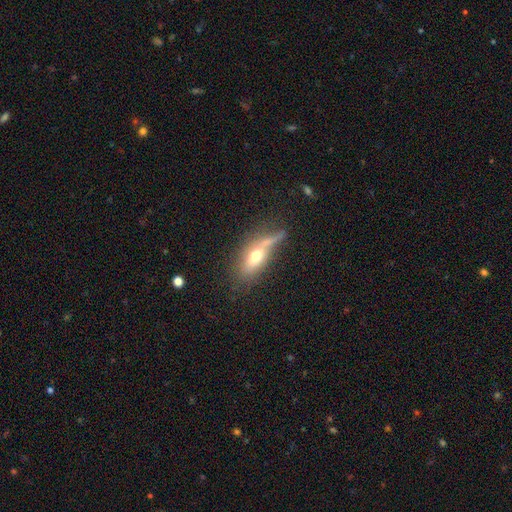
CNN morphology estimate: smooth_or_featured: smooth (p=0.55) [alt: featured or disk p=0.35]
how_rounded: in between (p=0.68) [alt: cigar-shaped p=0.23]
merging: none (p=0.39) [alt: minor disturbance p=0.23]